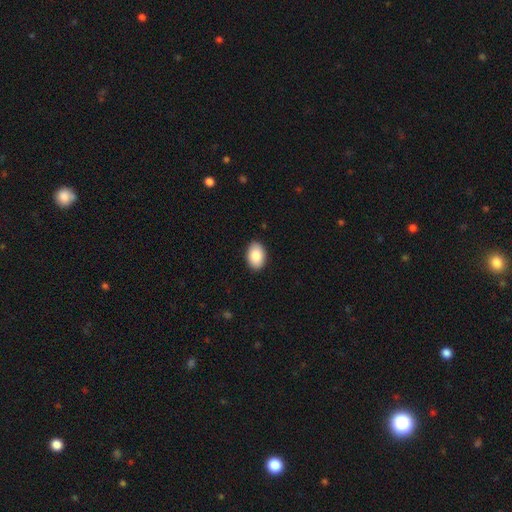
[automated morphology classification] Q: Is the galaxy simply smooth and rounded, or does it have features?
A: smooth — 86%.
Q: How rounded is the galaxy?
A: in between — 88%.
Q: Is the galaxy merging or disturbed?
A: none — 90%.